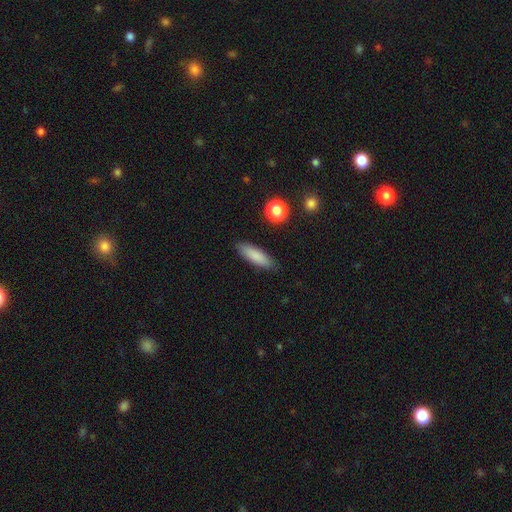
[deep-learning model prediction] smooth 84%, featured or disk 9%, star or artifact 7%. Down the decision tree: how rounded — cigar-shaped (58%); merging — none (88%).